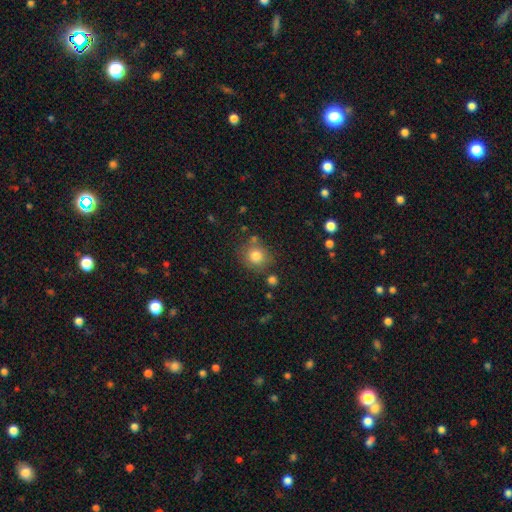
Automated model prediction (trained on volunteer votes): Overall: smooth (81%). How rounded: round (85%). Merging: none (76%).